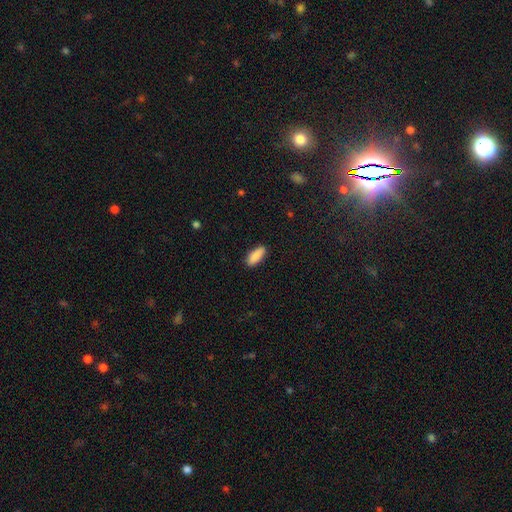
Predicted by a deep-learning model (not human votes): Q: Smooth or featured?
A: smooth (89%); runner-up: star or artifact (6%)
Q: How rounded?
A: in between (73%); runner-up: cigar-shaped (25%)
Q: Merging?
A: none (88%); runner-up: minor disturbance (9%)